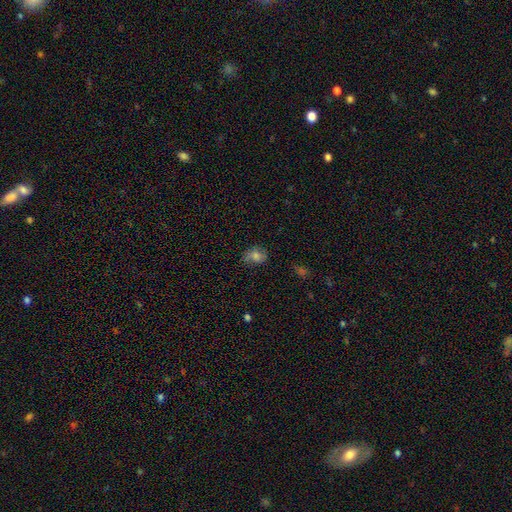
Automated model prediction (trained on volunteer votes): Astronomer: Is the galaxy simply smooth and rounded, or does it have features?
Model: smooth — 67%.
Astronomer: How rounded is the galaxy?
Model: in between — 61% (runner-up: round, 37%).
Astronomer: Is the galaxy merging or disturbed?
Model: none — 65%.